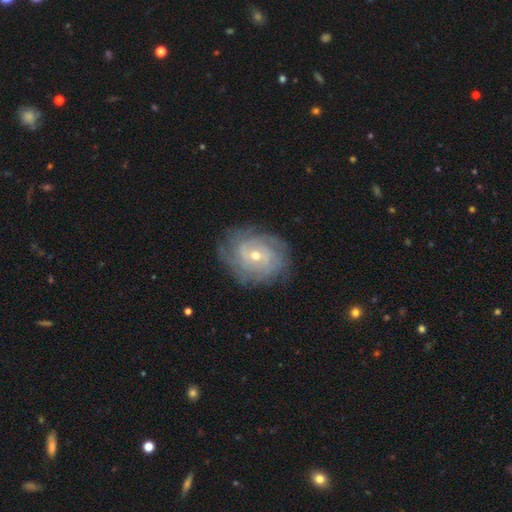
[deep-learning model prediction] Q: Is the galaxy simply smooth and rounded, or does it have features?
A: featured or disk — 80%.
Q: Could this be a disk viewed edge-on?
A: no — 97%.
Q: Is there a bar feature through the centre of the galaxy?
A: no — 60%.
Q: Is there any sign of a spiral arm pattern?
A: yes — 91%.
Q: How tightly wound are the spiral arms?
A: tight — 70%.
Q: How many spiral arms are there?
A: can't tell — 48%.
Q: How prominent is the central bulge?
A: small — 55%.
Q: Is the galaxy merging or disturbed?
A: none — 76%.